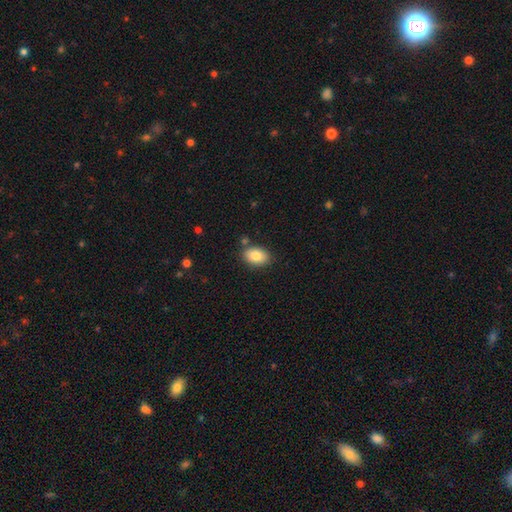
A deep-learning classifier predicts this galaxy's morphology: This appears to be a smooth galaxy with no disk features (84%) that is in between round and cigar-shaped (86%). Merging: none (80%).